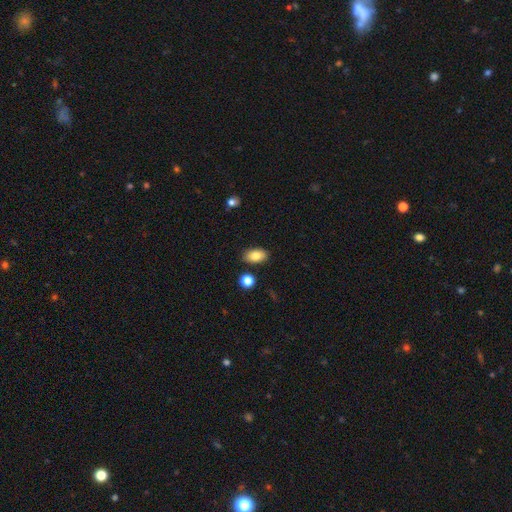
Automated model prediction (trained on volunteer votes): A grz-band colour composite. It shows a smooth galaxy with no disk features (83%) that is in between round and cigar-shaped (91%). Merging: none (85%).